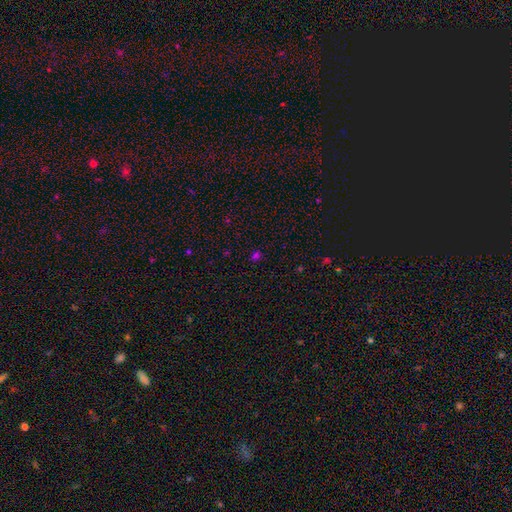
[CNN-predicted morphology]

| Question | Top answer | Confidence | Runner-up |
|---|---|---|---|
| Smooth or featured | smooth | 61% | star or artifact (34%) |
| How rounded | round | 58% | in between (40%) |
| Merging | none | 81% | minor disturbance (11%) |